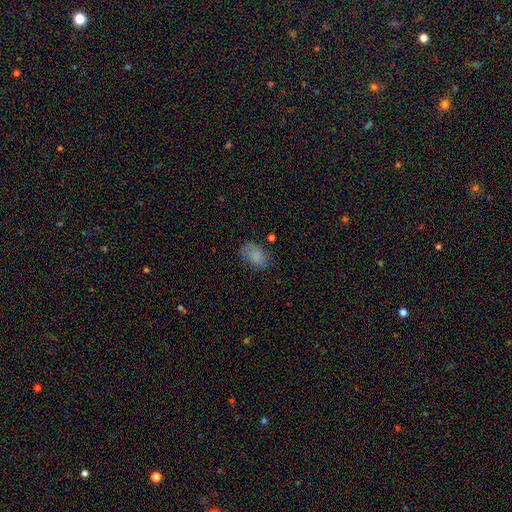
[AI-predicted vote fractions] This is likely a smooth galaxy (79%). How rounded: clearly in between (85%). Merging: likely none (66%).